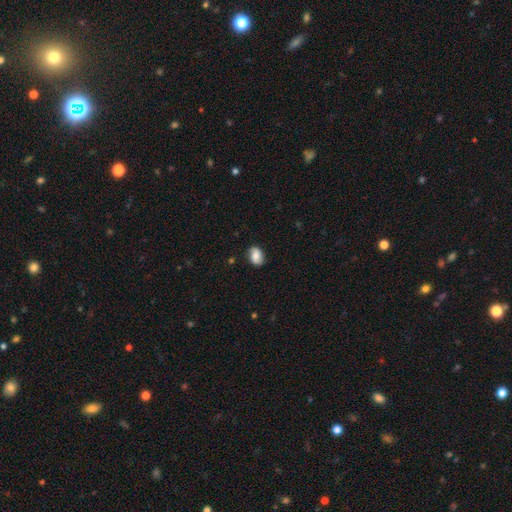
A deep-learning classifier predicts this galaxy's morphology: type=smooth (69%); roundness=in between (78%); merging=none (82%).